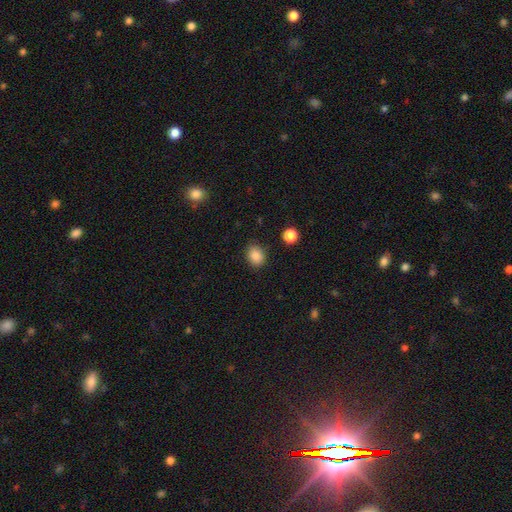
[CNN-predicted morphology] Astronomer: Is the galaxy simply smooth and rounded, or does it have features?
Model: smooth — 87%.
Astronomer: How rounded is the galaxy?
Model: round — 50% (runner-up: in between, 49%).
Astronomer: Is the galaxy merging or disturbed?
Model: none — 86%.